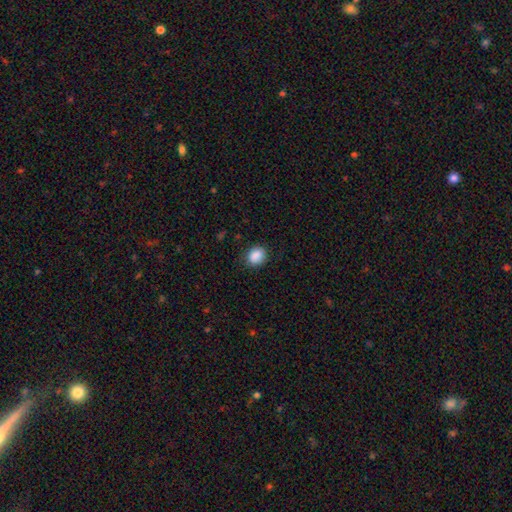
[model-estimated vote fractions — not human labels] Smooth or featured: smooth — 88% (star or artifact — 8%)
How rounded: round — 54% (in between — 45%)
Merging: none — 83% (minor disturbance — 13%)